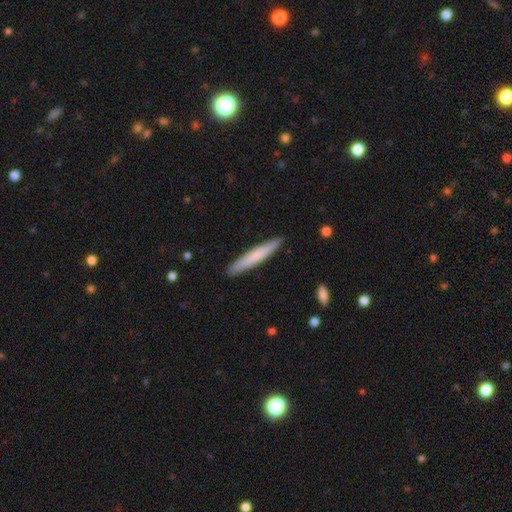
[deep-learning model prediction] smooth 69%, featured or disk 26%, star or artifact 5%. Down the decision tree: how rounded — cigar-shaped (95%); merging — none (90%).